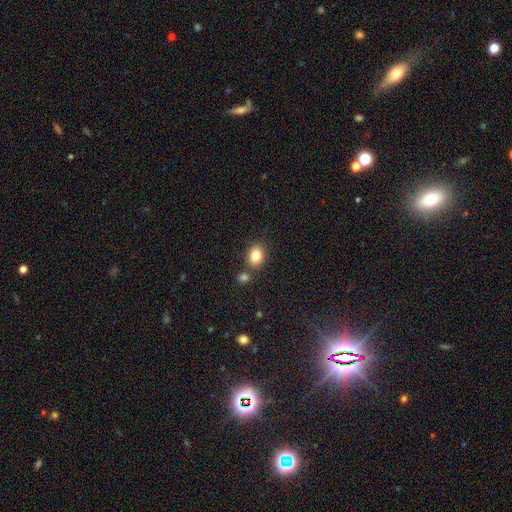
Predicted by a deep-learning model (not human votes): A smooth galaxy with no disk features (83%) that is in between round and cigar-shaped (62%). Merging: none (73%).